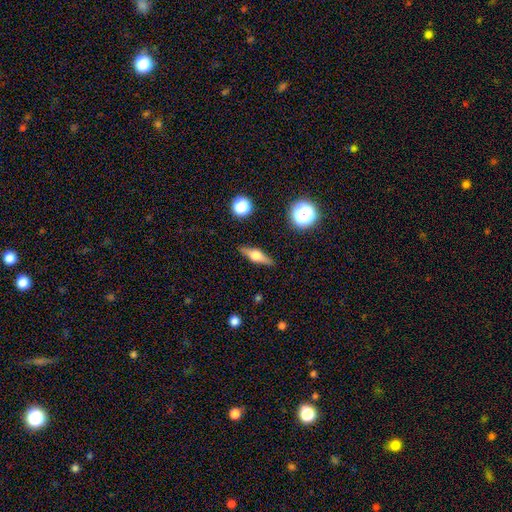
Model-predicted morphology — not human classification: smooth_or_featured: featured or disk (p=0.60) [alt: smooth p=0.32]
disk_edge_on: yes (p=0.95) [alt: no p=0.05]
edge_on_bulge: rounded (p=0.93) [alt: boxy p=0.06]
merging: none (p=0.88) [alt: minor disturbance p=0.08]